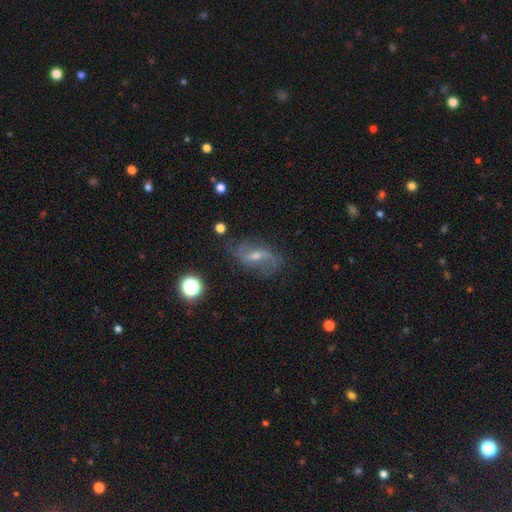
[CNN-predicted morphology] Smooth or featured?
  - featured or disk: 75% *
  - smooth: 14%
  - star or artifact: 11%
Edge-on disk?
  - no: 93% *
  - yes: 7%
Bar?
  - weak: 50% *
  - no: 29%
  - strong: 21%
Spiral arms?
  - yes: 90% *
  - no: 10%
Spiral winding?
  - loose: 68% *
  - medium: 24%
  - tight: 8%
Spiral arm count?
  - 2: 85% *
  - can't tell: 7%
  - 1: 3%
  - 3: 2%
  - 4: 1%
  - more than 4: 1%
Bulge size?
  - small: 47% *
  - moderate: 44%
  - none: 5%
  - large: 2%
  - dominant: 1%
Merging?
  - none: 74% *
  - minor disturbance: 16%
  - major disturbance: 7%
  - merger: 2%